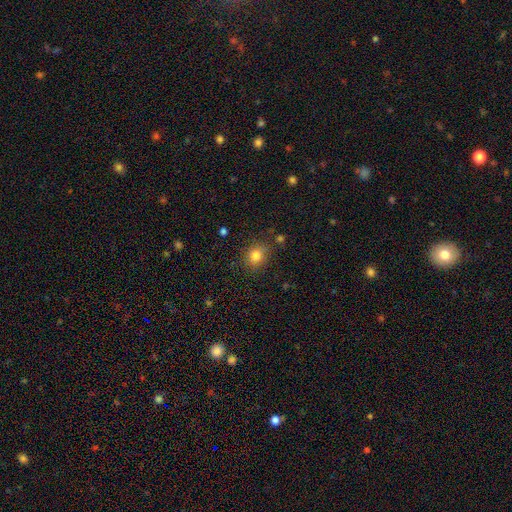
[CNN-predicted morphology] smooth_or_featured: smooth (p=0.81) [alt: star or artifact p=0.13]
how_rounded: round (p=0.70) [alt: in between p=0.29]
merging: none (p=0.83) [alt: minor disturbance p=0.11]